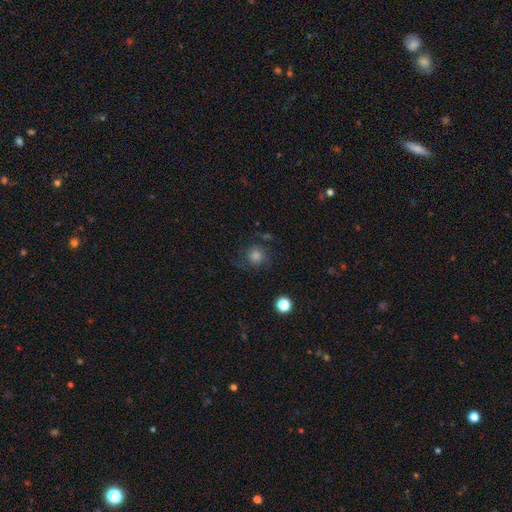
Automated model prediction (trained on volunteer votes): Smooth or featured?
  - smooth: 51% *
  - featured or disk: 31%
  - star or artifact: 18%
How rounded?
  - round: 90% *
  - in between: 9%
  - cigar-shaped: 1%
Merging?
  - none: 69% *
  - minor disturbance: 16%
  - major disturbance: 12%
  - merger: 2%